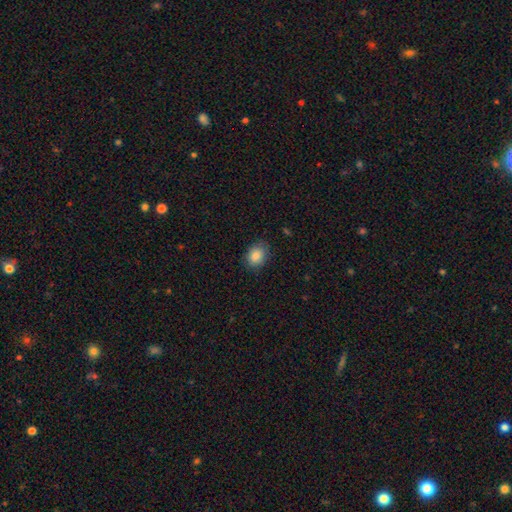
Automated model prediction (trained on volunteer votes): Overall: smooth (87%). How rounded: in between (63%; round 36%). Merging: none (82%).